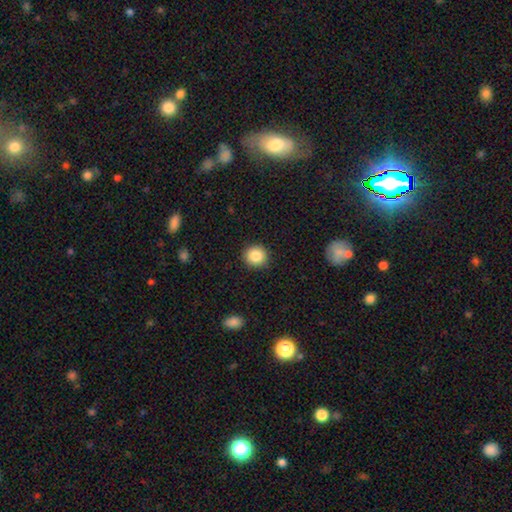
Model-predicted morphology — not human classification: A smooth galaxy with no disk features (85%) that is round (92%). Merging: none (91%).